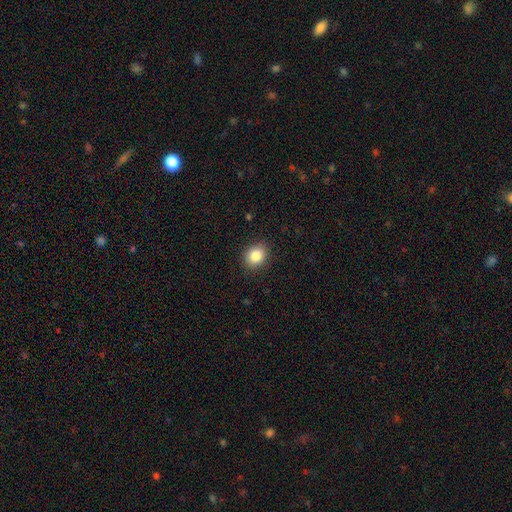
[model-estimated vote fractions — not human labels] Smooth or featured: smooth — 85% (star or artifact — 10%)
How rounded: round — 58% (in between — 42%)
Merging: none — 88% (minor disturbance — 8%)